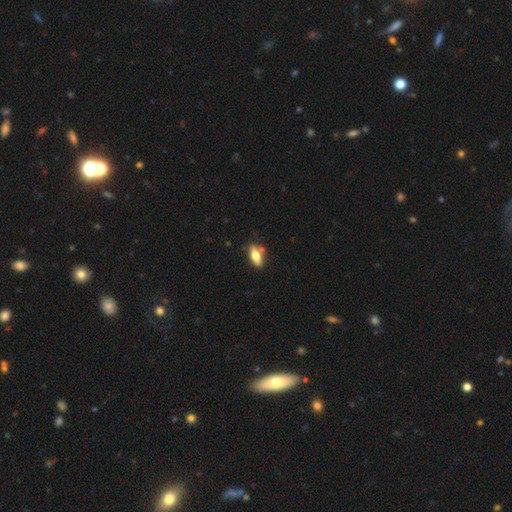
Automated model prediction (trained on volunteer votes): smooth_or_featured: smooth (p=0.67) [alt: featured or disk p=0.27]
how_rounded: in between (p=0.79) [alt: cigar-shaped p=0.17]
merging: none (p=0.70) [alt: minor disturbance p=0.16]